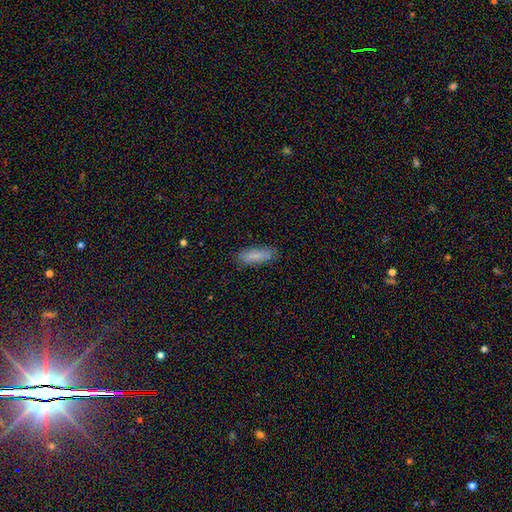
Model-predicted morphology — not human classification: Overall: smooth (83%). How rounded: cigar-shaped (49%, tied with in between). Merging: none (83%).